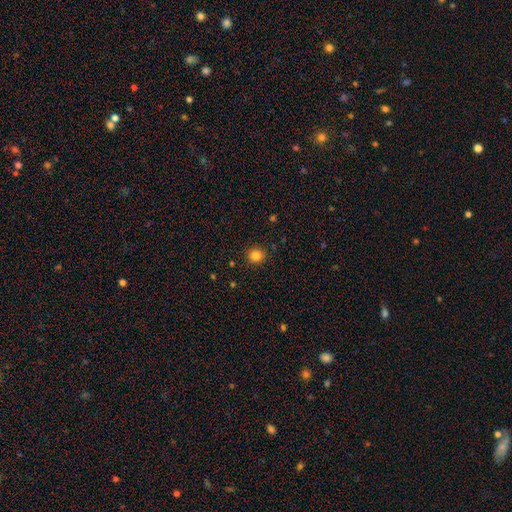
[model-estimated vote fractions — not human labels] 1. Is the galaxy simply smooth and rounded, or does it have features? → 83% smooth, 12% star or artifact, 5% featured or disk.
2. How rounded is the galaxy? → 90% round, 9% in between, 1% cigar-shaped.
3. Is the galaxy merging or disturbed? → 91% none, 6% minor disturbance, 2% major disturbance, 1% merger.